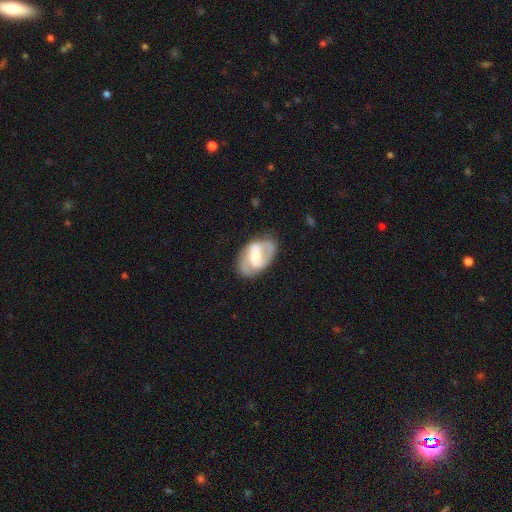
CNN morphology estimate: This appears to be a featured or disk galaxy (74%) with a weak bar (43%), 2 (79%) medium (48%) spiral arms (84%) and a moderate central bulge (49%). Merging: none (71%).